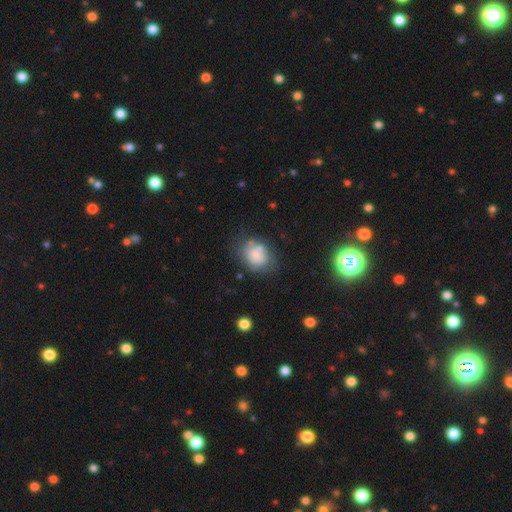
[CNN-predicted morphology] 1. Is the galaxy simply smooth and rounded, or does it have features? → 74% smooth, 16% featured or disk, 9% star or artifact.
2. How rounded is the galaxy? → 62% in between, 37% round, 1% cigar-shaped.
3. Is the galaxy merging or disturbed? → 57% none, 22% minor disturbance, 10% merger, 10% major disturbance.